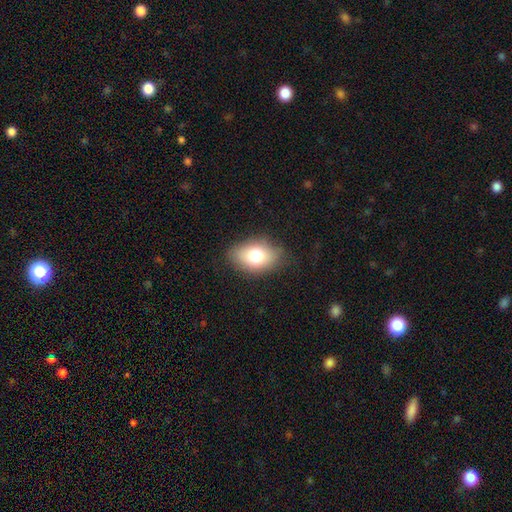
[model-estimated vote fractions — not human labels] Smooth or featured? smooth (76%)
How rounded? in between (82%)
Merging? none (77%)